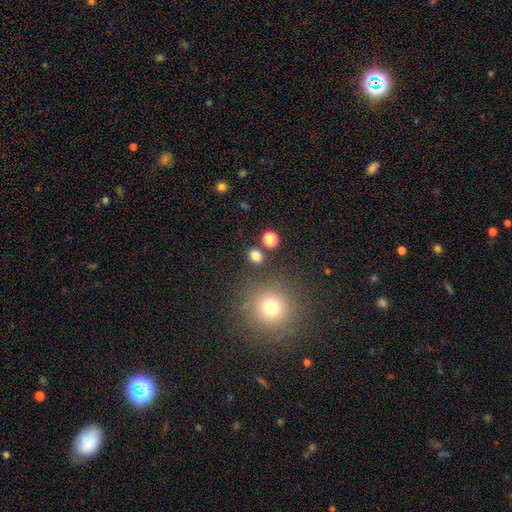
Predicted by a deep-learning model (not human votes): Morphology: type=smooth (80%); roundness=round (74%); merging=none (82%).